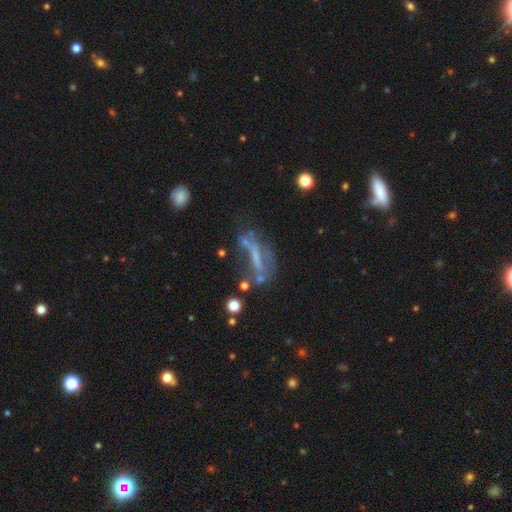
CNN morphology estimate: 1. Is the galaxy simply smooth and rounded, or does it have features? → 54% featured or disk, 28% smooth, 19% star or artifact.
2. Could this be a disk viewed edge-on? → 73% no, 27% yes.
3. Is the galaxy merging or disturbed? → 34% none, 30% major disturbance, 21% minor disturbance, 15% merger.